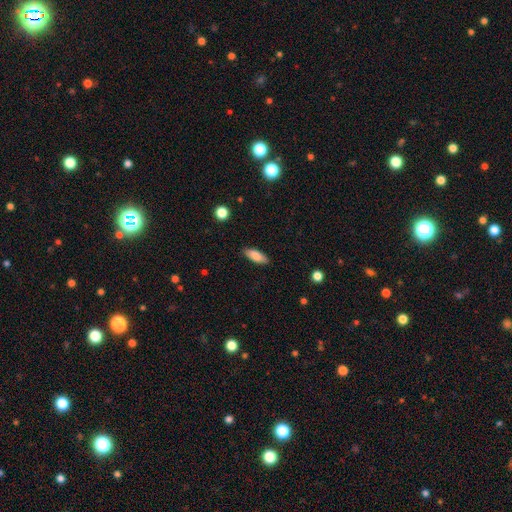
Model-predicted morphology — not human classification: Smooth or featured?
  - smooth: 85% *
  - featured or disk: 8%
  - star or artifact: 7%
How rounded?
  - in between: 75% *
  - cigar-shaped: 23%
  - round: 2%
Merging?
  - none: 87% *
  - minor disturbance: 10%
  - major disturbance: 2%
  - merger: 1%